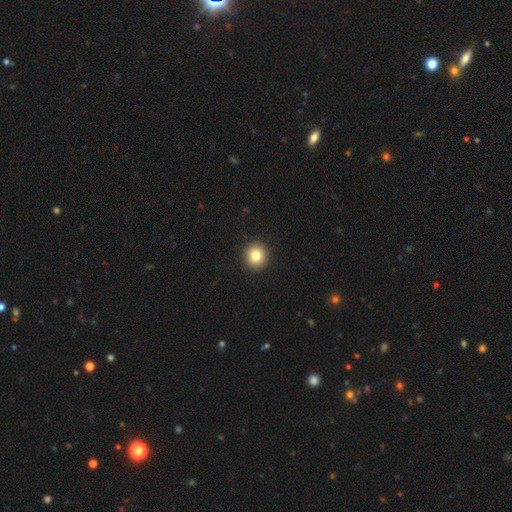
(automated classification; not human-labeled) A smooth galaxy with no disk features (82%) that is round (91%). Merging: none (93%).